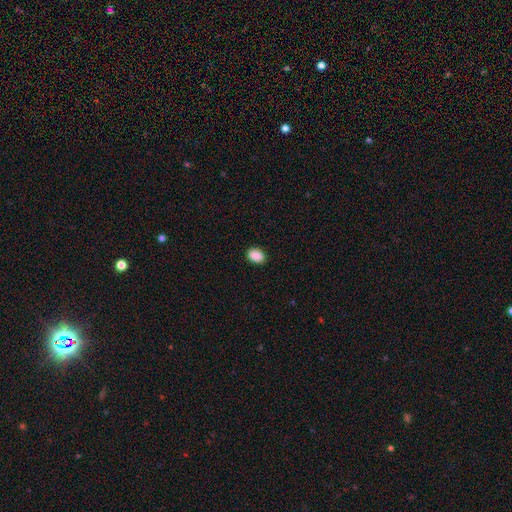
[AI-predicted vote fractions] smooth 90%, star or artifact 8%, featured or disk 3%. Down the decision tree: how rounded — in between (83%); merging — none (87%).